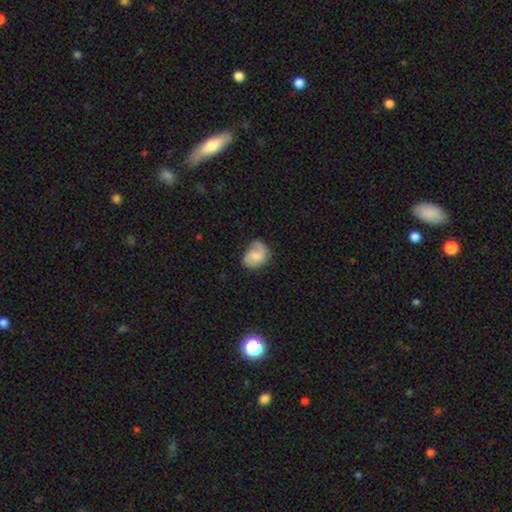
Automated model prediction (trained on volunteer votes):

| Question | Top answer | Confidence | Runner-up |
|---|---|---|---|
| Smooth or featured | smooth | 59% | featured or disk (33%) |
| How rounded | in between | 55% | round (44%) |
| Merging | none | 52% | minor disturbance (34%) |